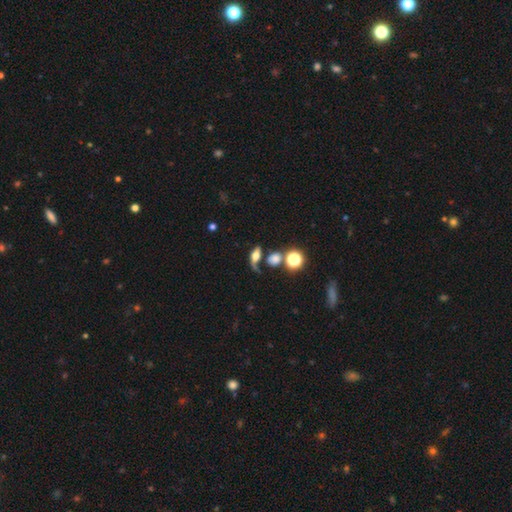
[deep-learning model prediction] smooth_or_featured: smooth (p=0.53) [alt: featured or disk p=0.32]
how_rounded: in between (p=0.61) [alt: round p=0.24]
merging: none (p=0.44) [alt: minor disturbance p=0.20]